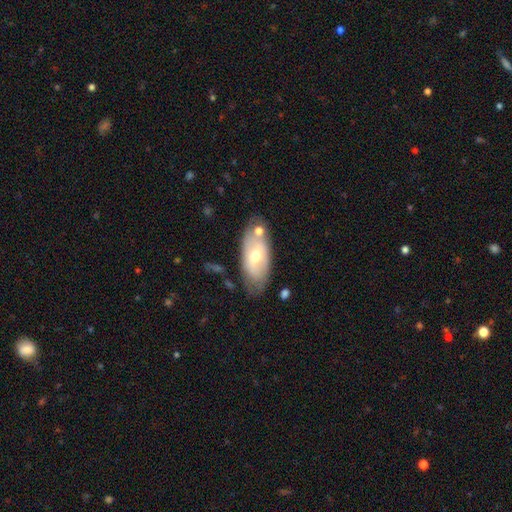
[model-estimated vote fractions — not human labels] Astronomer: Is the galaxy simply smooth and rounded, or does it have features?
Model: smooth — 48% (runner-up: featured or disk, 46%).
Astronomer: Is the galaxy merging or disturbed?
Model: none — 65%.